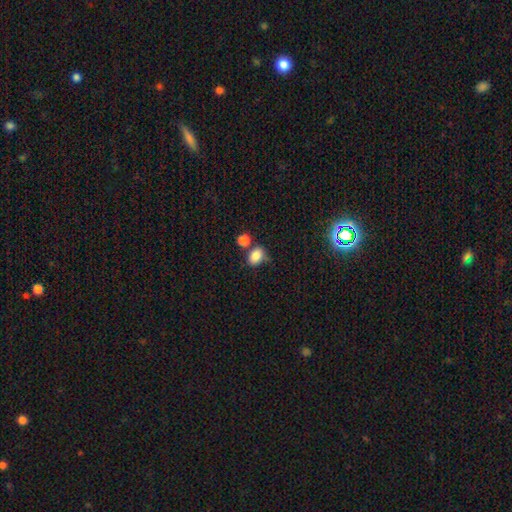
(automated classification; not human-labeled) Smooth or featured? smooth (84%)
How rounded? in between (65%)
Merging? none (54%)